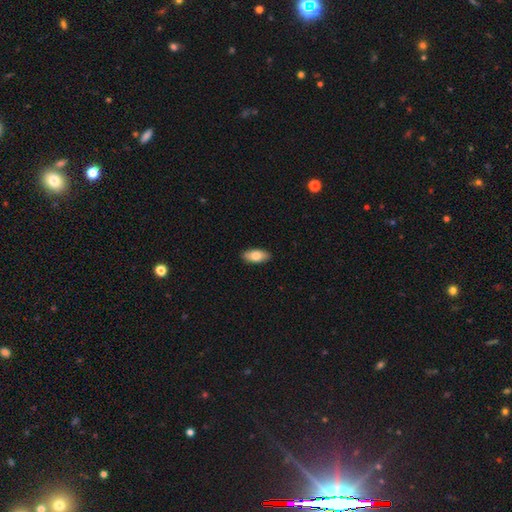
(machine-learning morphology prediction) smooth 81%, featured or disk 13%, star or artifact 6%. Down the decision tree: how rounded — in between (90%); merging — none (89%).